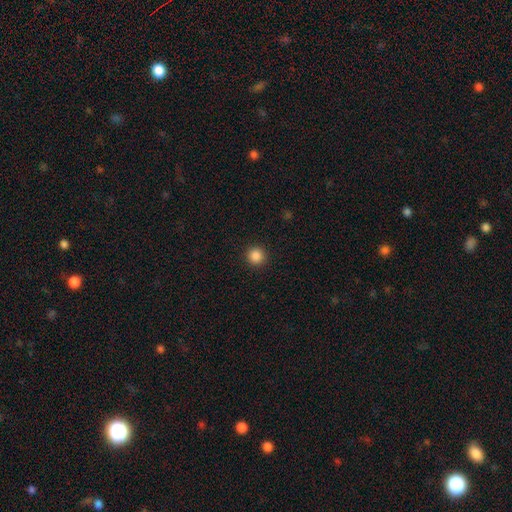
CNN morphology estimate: The model was most divided on "smooth or featured": smooth: 87%, star or artifact: 11%, featured or disk: 3%. More confident: how rounded — round (95%); merging — none (93%).